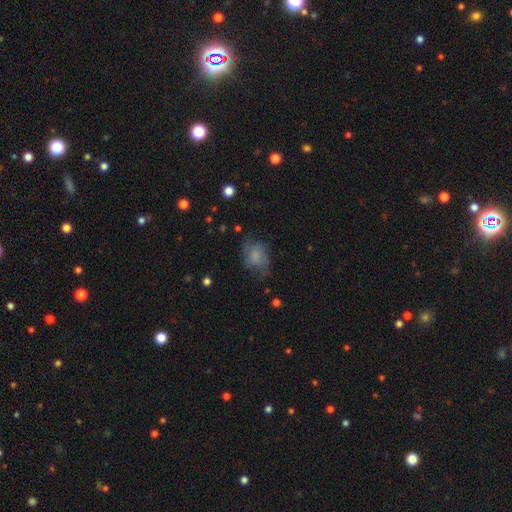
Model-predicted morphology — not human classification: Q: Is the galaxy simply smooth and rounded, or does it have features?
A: smooth — 64%.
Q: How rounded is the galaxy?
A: in between — 65%.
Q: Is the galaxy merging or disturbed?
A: none — 51%.